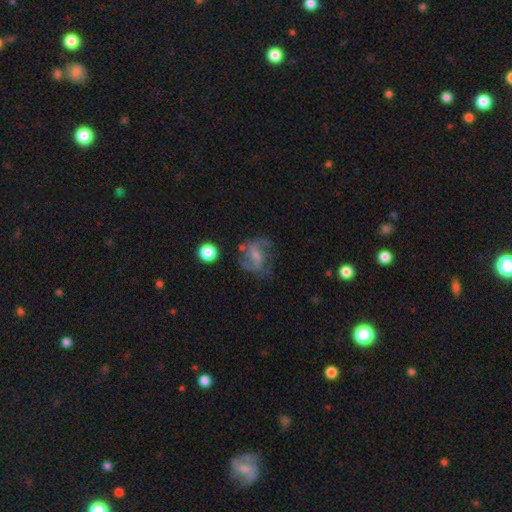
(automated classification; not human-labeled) smooth_or_featured: featured or disk (p=0.61) [alt: smooth p=0.27]
disk_edge_on: no (p=0.97) [alt: yes p=0.03]
bar: weak (p=0.47) [alt: no p=0.36]
has_spiral_arms: yes (p=0.77) [alt: no p=0.23]
bulge_size: small (p=0.39) [alt: moderate p=0.29]
merging: none (p=0.51) [alt: major disturbance p=0.23]